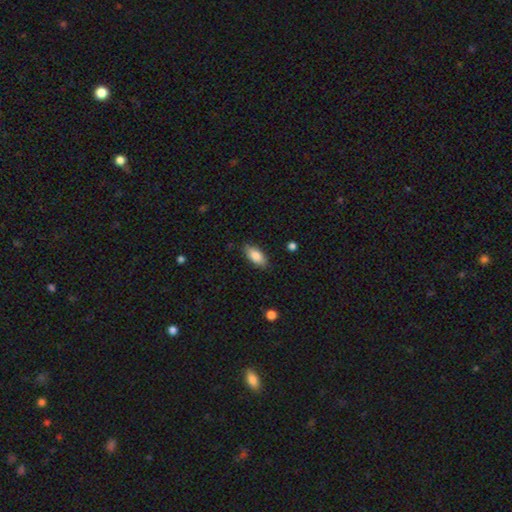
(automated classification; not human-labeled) smooth_or_featured: smooth (p=0.84) [alt: featured or disk p=0.09]
how_rounded: in between (p=0.86) [alt: cigar-shaped p=0.12]
merging: none (p=0.84) [alt: minor disturbance p=0.12]